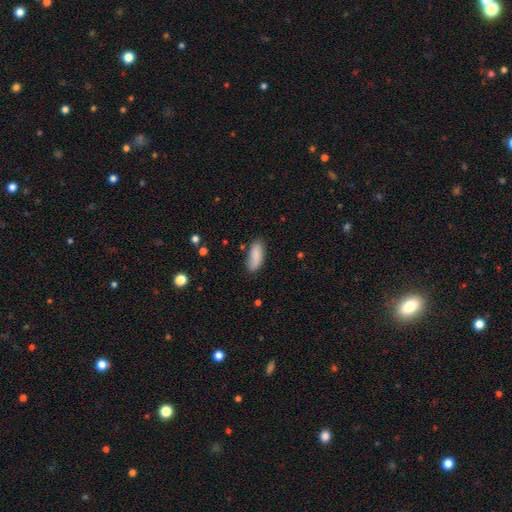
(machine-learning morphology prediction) The model was most divided on "how rounded": in between: 78%, cigar-shaped: 20%, round: 2%. More confident: smooth or featured — smooth (84%); merging — none (77%).